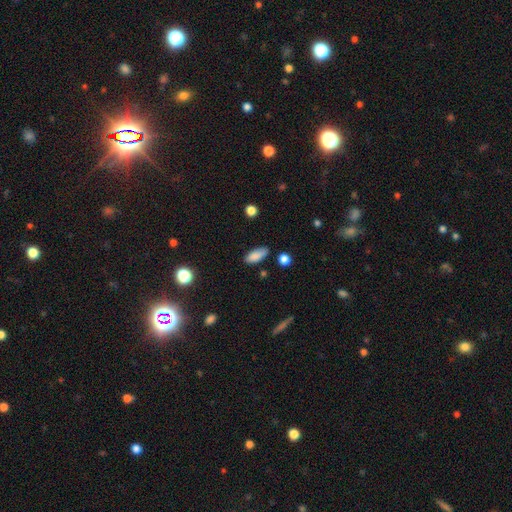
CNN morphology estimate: This appears to be a smooth galaxy with no disk features (86%) that is in between round and cigar-shaped (81%). Merging: none (76%).